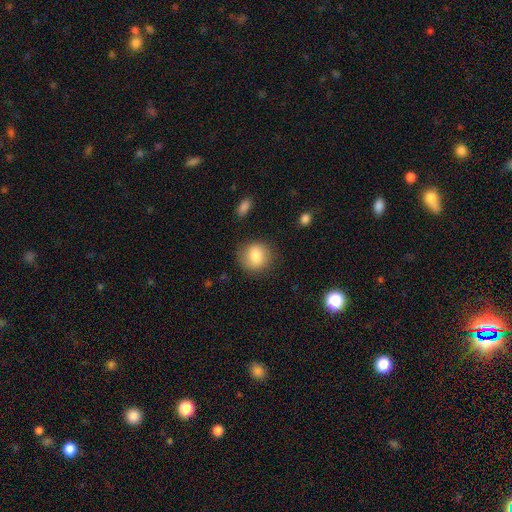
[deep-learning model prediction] smooth 82%, featured or disk 10%, star or artifact 8%. Down the decision tree: how rounded — round (79%); merging — none (83%).